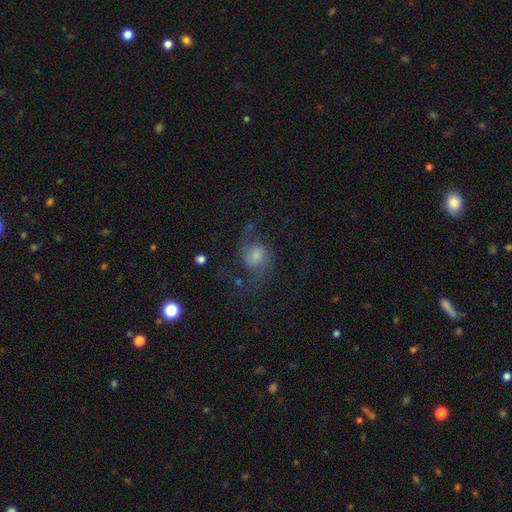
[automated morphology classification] featured or disk 70%, smooth 18%, star or artifact 12%. Down the decision tree: edge-on disk — no (97%); bar — no (51%); spiral arms — yes (93%); spiral arm count — 2 (84%); spiral winding — medium (45%); bulge size — moderate (43%); merging — none (64%).